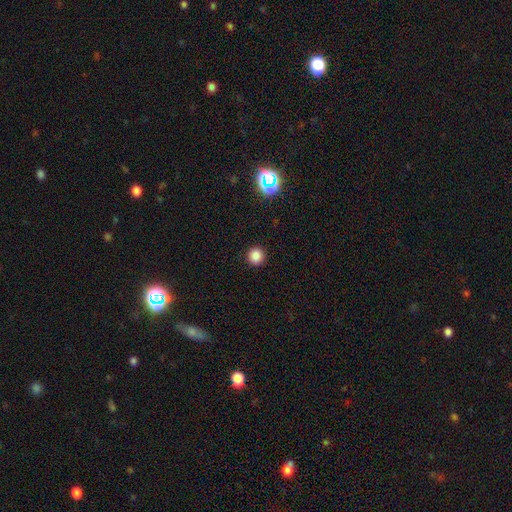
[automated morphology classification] type=smooth (83%); roundness=round (94%); merging=none (92%).